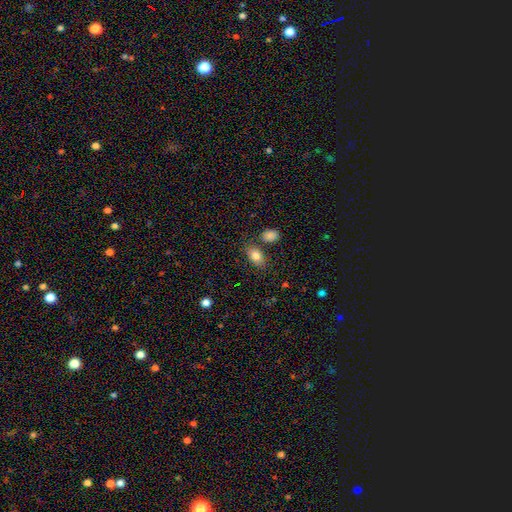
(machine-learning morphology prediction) Smooth or featured?
  - smooth: 82% *
  - featured or disk: 9%
  - star or artifact: 8%
How rounded?
  - in between: 87% *
  - round: 11%
  - cigar-shaped: 2%
Merging?
  - none: 73% *
  - minor disturbance: 13%
  - merger: 10%
  - major disturbance: 4%